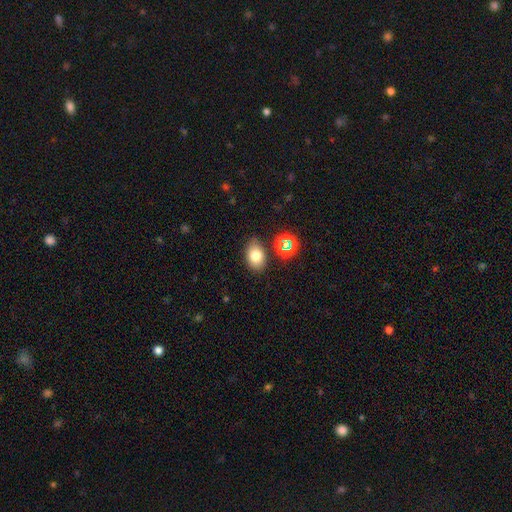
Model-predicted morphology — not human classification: This appears to be a smooth galaxy with no disk features (76%) that is in between round and cigar-shaped (80%). Merging: none (77%).